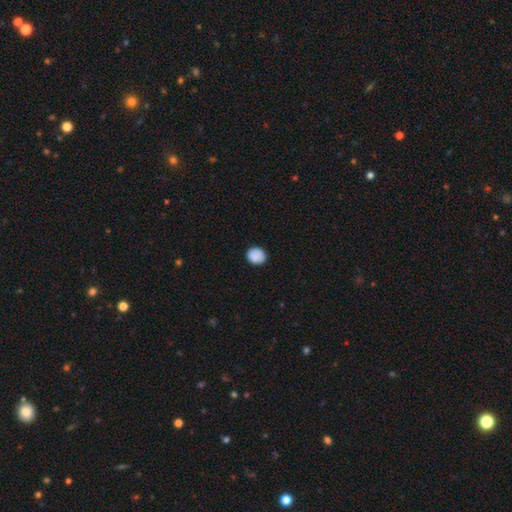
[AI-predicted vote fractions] This appears to be a smooth galaxy with no disk features (88%) that is round (73%). Merging: none (86%).